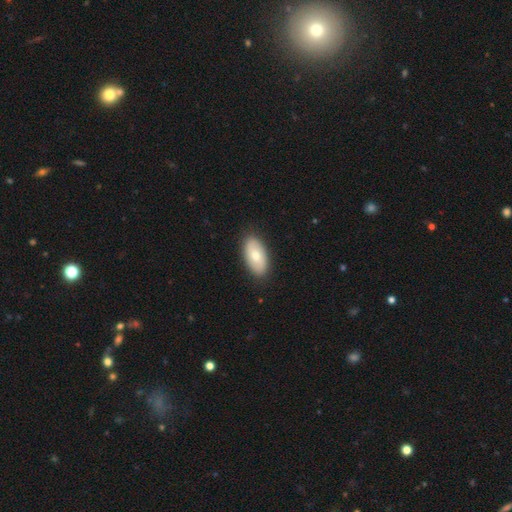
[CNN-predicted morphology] This appears to be a smooth galaxy with no disk features (68%) that is in between round and cigar-shaped (94%). Merging: none (87%).